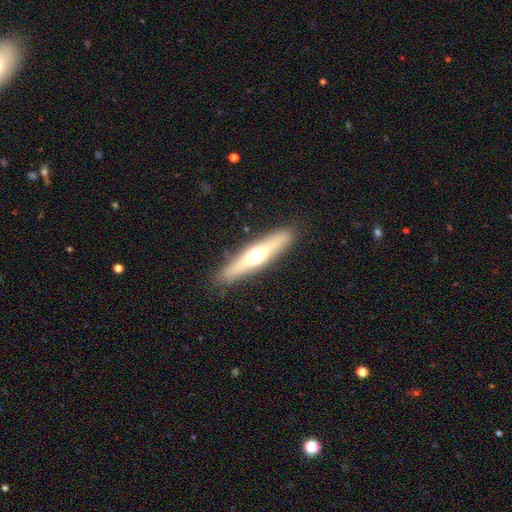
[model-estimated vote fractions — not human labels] smooth_or_featured: featured or disk (p=0.54) [alt: smooth p=0.39]
disk_edge_on: yes (p=0.90) [alt: no p=0.10]
merging: none (p=0.89) [alt: minor disturbance p=0.08]